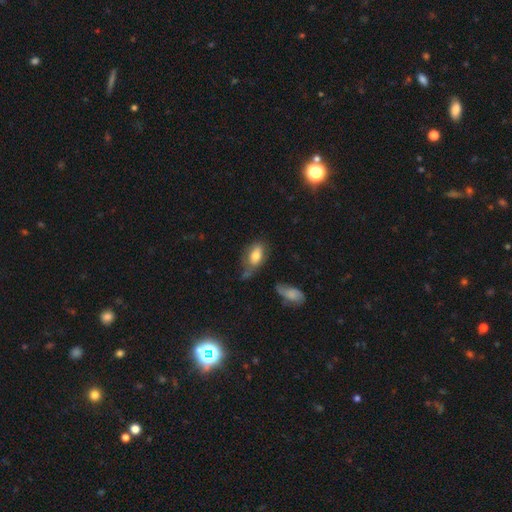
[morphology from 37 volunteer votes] smooth_or_featured: smooth (p=0.86) [alt: featured or disk p=0.14]
how_rounded: in between (p=0.94) [alt: round p=0.06]
merging: none (p=0.54) [alt: minor disturbance p=0.30]